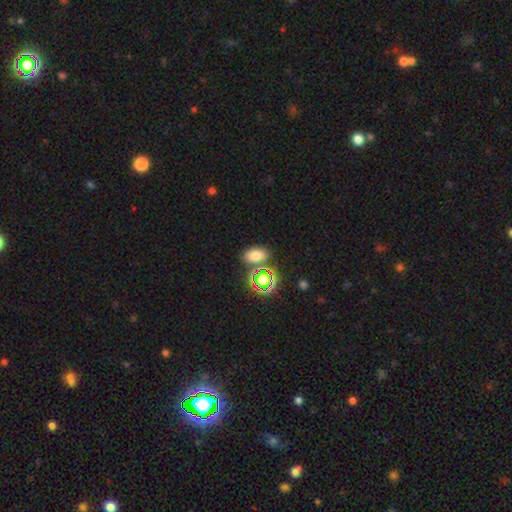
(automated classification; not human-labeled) Smooth or featured?
  - smooth: 69% *
  - star or artifact: 23%
  - featured or disk: 8%
How rounded?
  - in between: 82% *
  - round: 16%
  - cigar-shaped: 2%
Merging?
  - none: 74% *
  - merger: 12%
  - minor disturbance: 11%
  - major disturbance: 4%